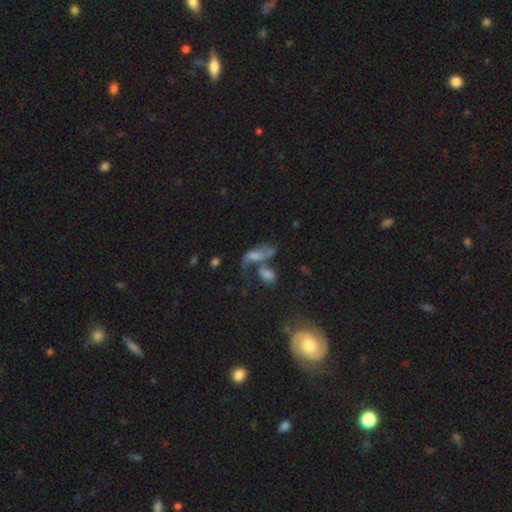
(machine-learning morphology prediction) smooth_or_featured: featured or disk (p=0.51) [alt: smooth p=0.31]
disk_edge_on: no (p=0.89) [alt: yes p=0.11]
merging: merger (p=0.38) [alt: none p=0.29]